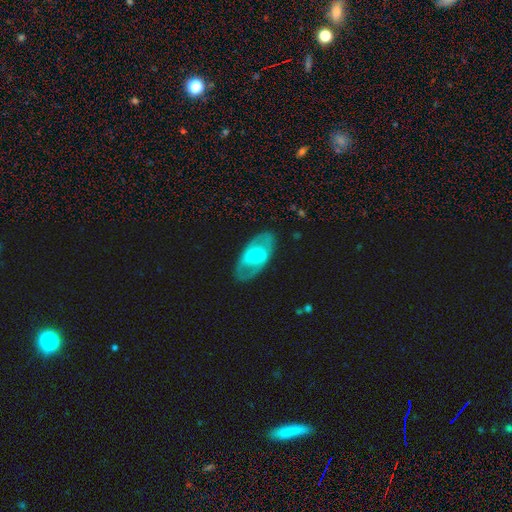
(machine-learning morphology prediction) This is likely a featured or disk galaxy (60%). It is clearly not viewed edge-on (88%). Bar: possibly no (50%). Spiral arm pattern: likely no (68%). Central bulge: possibly small (51%). Merging: clearly none (80%).